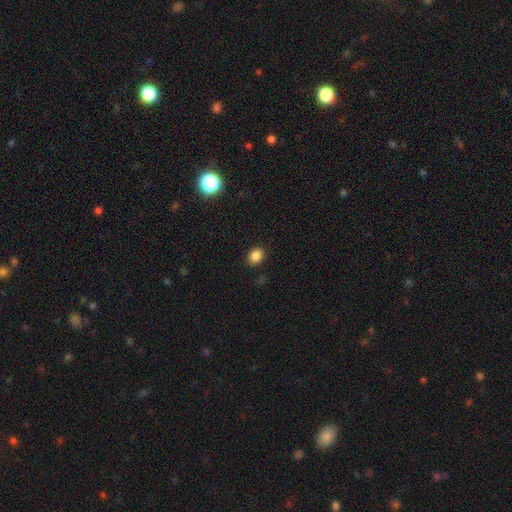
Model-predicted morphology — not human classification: The model was most divided on "how rounded": in between: 50%, round: 49%, cigar-shaped: 1%. More confident: merging — none (89%); smooth or featured — smooth (85%).